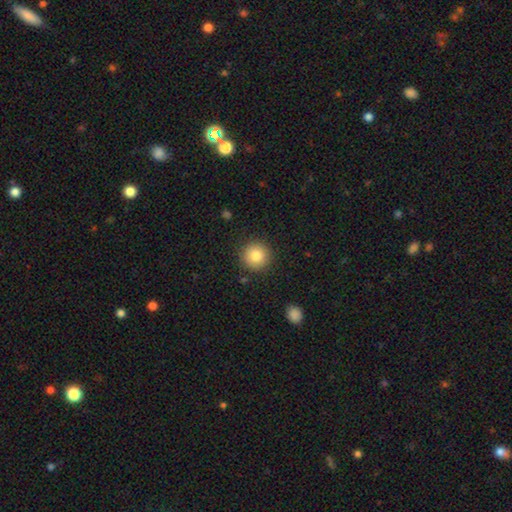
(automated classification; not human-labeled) smooth 83%, star or artifact 10%, featured or disk 8%. Down the decision tree: how rounded — round (95%); merging — none (90%).